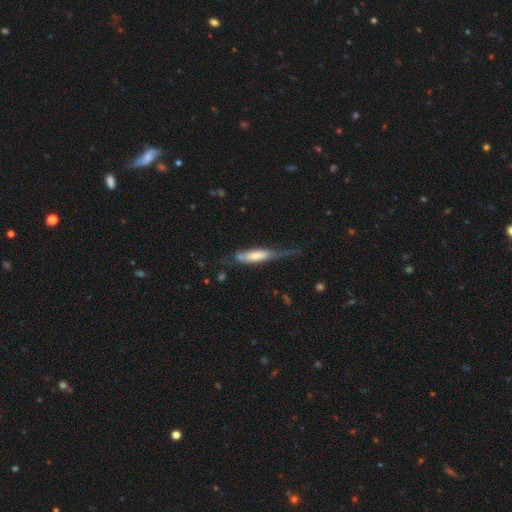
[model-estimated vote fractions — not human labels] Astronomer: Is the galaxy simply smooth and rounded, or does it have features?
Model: smooth — 52% (runner-up: featured or disk, 42%).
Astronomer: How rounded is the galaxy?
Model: cigar-shaped — 62%.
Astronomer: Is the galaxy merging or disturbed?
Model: none — 36% (runner-up: minor disturbance, 31%).